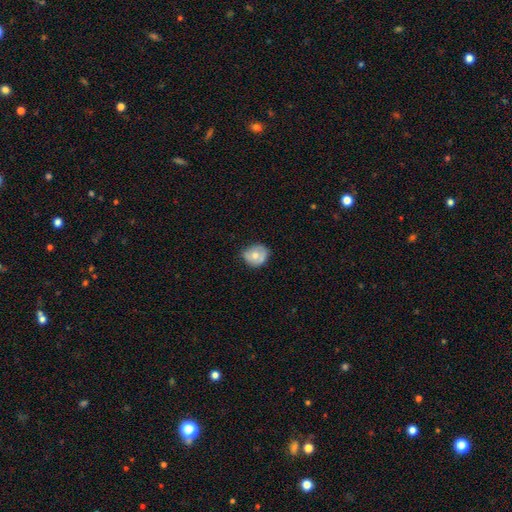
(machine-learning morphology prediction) This is likely a smooth galaxy (66%). How rounded: likely round (65%). Merging: likely none (60%).